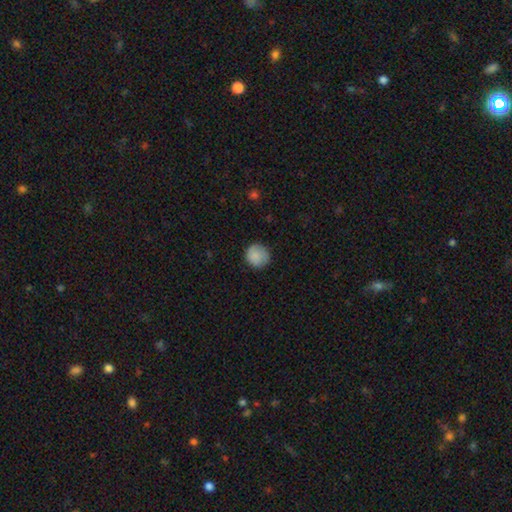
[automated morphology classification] smooth 86%, star or artifact 7%, featured or disk 6%. Down the decision tree: how rounded — round (92%); merging — none (83%).